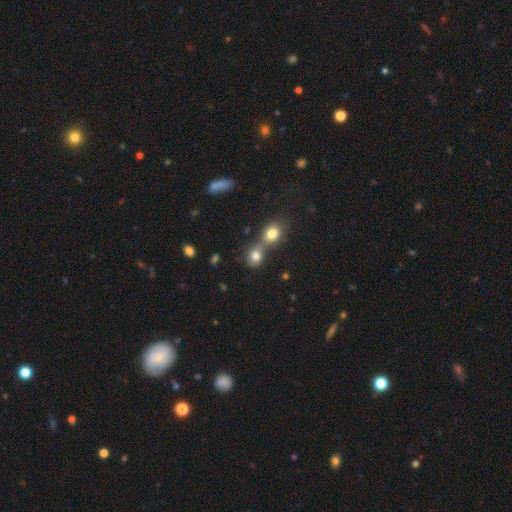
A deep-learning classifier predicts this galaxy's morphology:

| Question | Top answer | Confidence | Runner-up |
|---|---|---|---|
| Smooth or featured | smooth | 78% | star or artifact (12%) |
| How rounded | round | 72% | in between (27%) |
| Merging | merger | 57% | none (32%) |